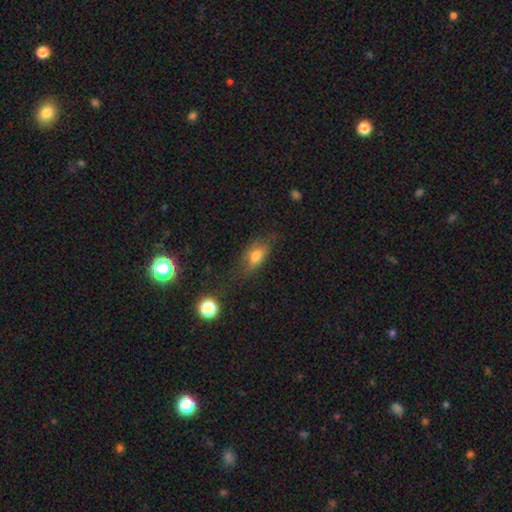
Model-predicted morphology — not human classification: Q: Smooth or featured?
A: smooth (67%); runner-up: featured or disk (21%)
Q: How rounded?
A: in between (76%); runner-up: cigar-shaped (13%)
Q: Merging?
A: none (64%); runner-up: minor disturbance (23%)